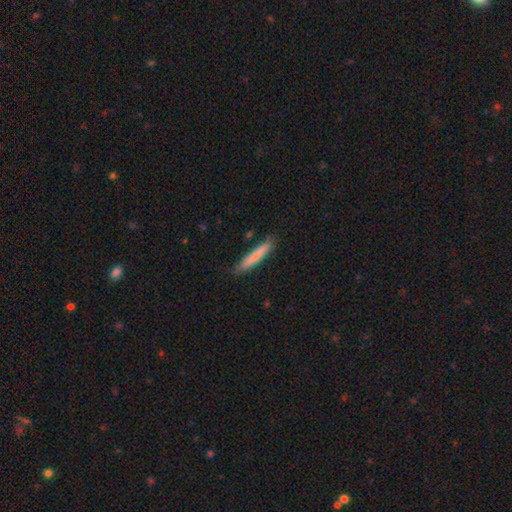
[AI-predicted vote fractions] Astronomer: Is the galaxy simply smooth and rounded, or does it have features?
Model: smooth — 73%.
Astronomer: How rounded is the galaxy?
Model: cigar-shaped — 93%.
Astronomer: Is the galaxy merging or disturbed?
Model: none — 81%.